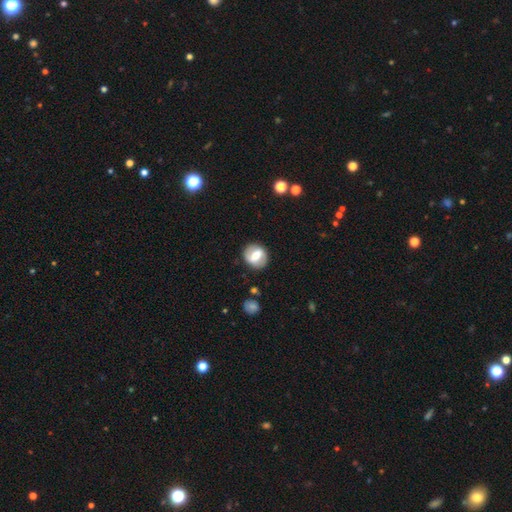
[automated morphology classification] smooth 47%, featured or disk 46%, star or artifact 7%. Down the decision tree: merging — none (84%).